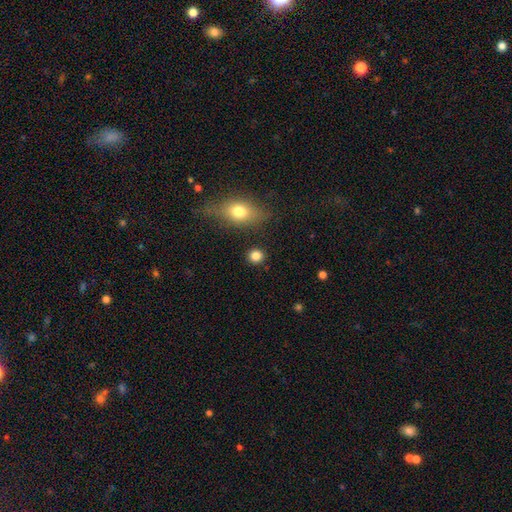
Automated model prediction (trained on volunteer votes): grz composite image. It shows a smooth galaxy with no disk features (84%) that is round (86%). Merging: none (88%).